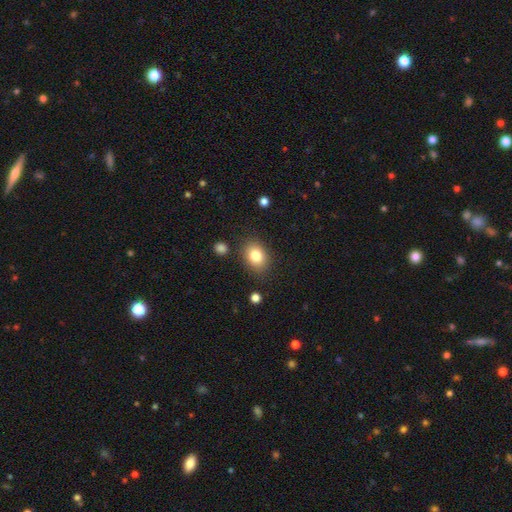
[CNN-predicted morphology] Smooth or featured? Predicted: smooth (p=0.83). How rounded? Predicted: in between (p=0.66). Merging? Predicted: none (p=0.83).